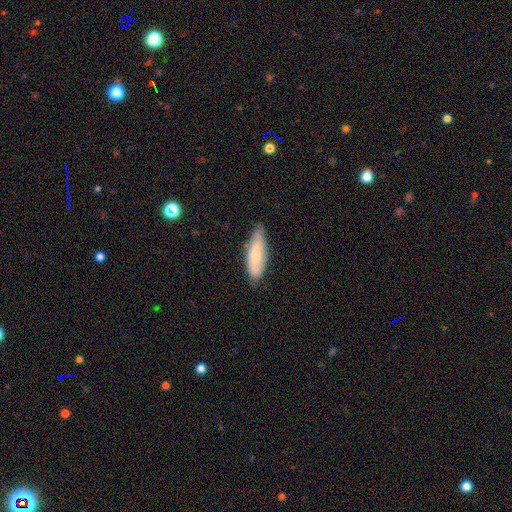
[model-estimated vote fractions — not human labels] Smooth or featured? smooth (72%)
How rounded? in between (53%)
Merging? none (67%)